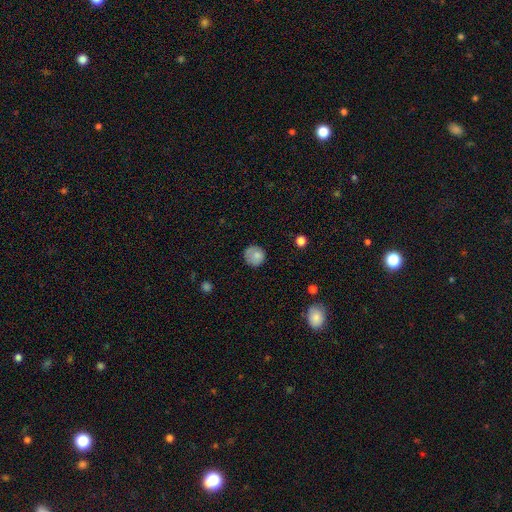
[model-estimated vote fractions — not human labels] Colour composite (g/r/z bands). It shows a smooth galaxy with no disk features (79%) that is round (89%). Merging: none (71%).